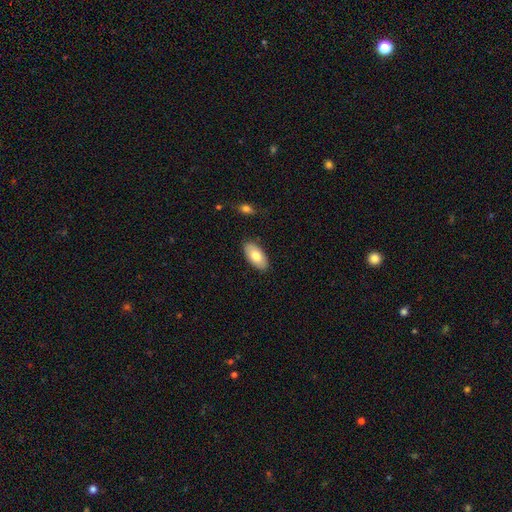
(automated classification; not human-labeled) The model was most divided on "smooth or featured": smooth: 76%, featured or disk: 18%, star or artifact: 6%. More confident: how rounded — in between (95%); merging — none (87%).